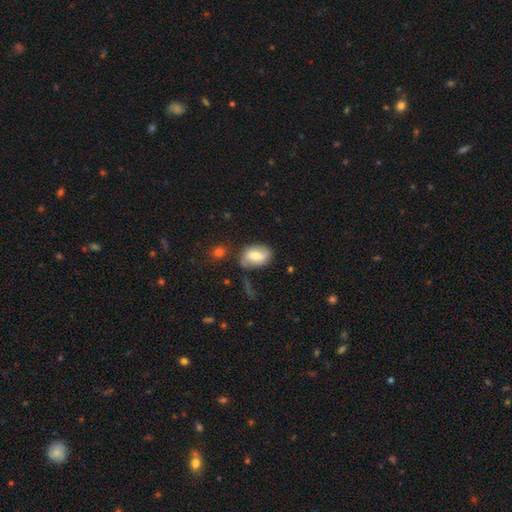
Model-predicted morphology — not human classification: Smooth or featured? smooth (64%)
How rounded? in between (80%)
Merging? none (63%)